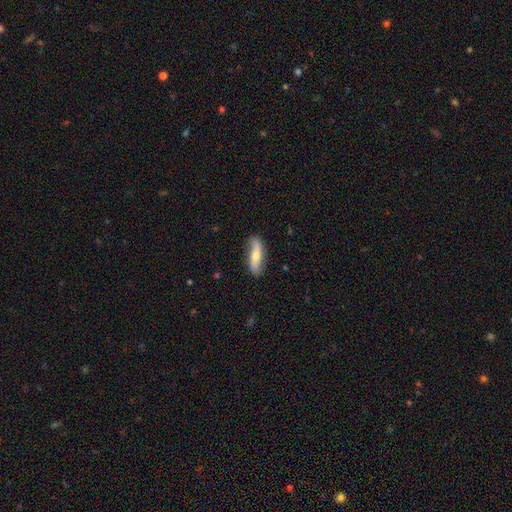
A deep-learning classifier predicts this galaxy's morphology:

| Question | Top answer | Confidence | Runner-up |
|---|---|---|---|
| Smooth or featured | smooth | 49% | featured or disk (45%) |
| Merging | none | 80% | minor disturbance (15%) |